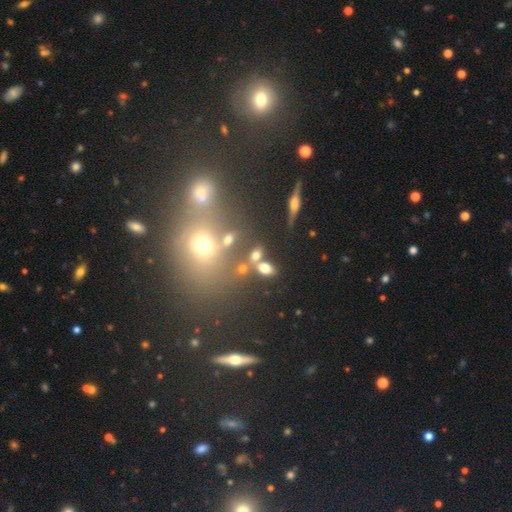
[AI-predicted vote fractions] A smooth galaxy with no disk features (66%) that is in between round and cigar-shaped (81%).

Vote fractions:
- Smooth or featured? smooth: 66% / featured or disk: 19% / star or artifact: 16%
- How rounded? in between: 81% / round: 14% / cigar-shaped: 5%
- Merging? none: 58% / merger: 24% / minor disturbance: 12% / major disturbance: 6%